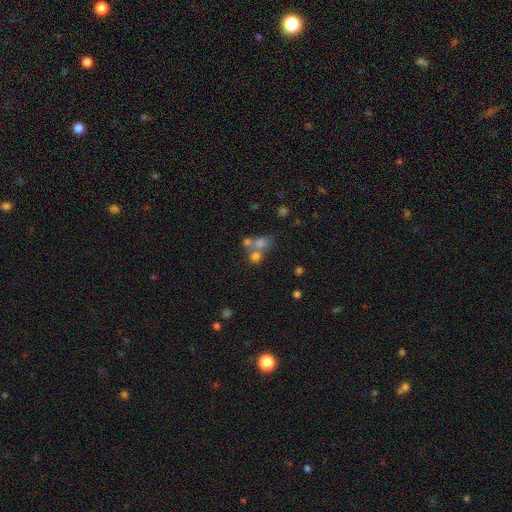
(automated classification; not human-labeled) A smooth galaxy with no disk features (67%) that is round (77%).

Vote fractions:
- Smooth or featured? smooth: 67% / star or artifact: 18% / featured or disk: 15%
- How rounded? round: 77% / in between: 21% / cigar-shaped: 1%
- Merging? merger: 50% / none: 38% / minor disturbance: 7% / major disturbance: 5%